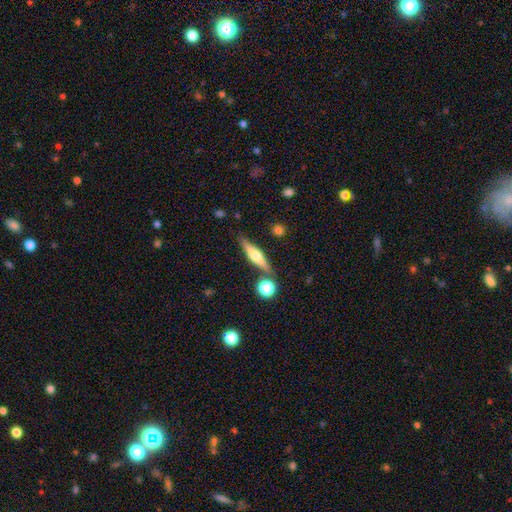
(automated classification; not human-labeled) smooth-or-featured: featured or disk: 57% | smooth: 35% | star or artifact: 7%
  disk-edge-on: yes: 94% | no: 6%
    edge-on-bulge: rounded: 90% | boxy: 7% | none: 3%
  merging: none: 80% | minor disturbance: 10% | merger: 7% | major disturbance: 3%